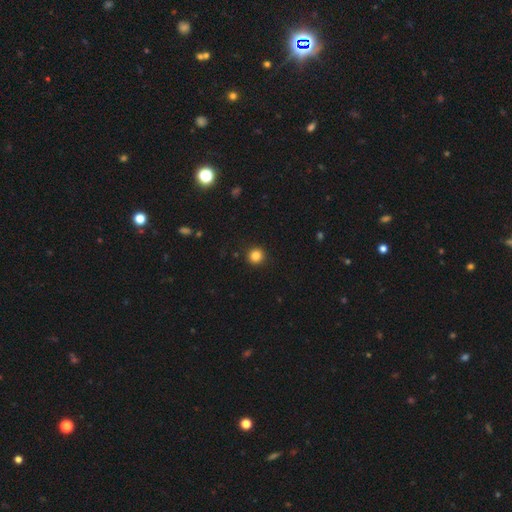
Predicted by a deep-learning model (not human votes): A smooth galaxy with no disk features (84%) that is round (94%).

Vote fractions:
- Smooth or featured? smooth: 84% / star or artifact: 12% / featured or disk: 5%
- How rounded? round: 94% / in between: 5% / cigar-shaped: 1%
- Merging? none: 93% / minor disturbance: 5% / major disturbance: 2% / merger: 1%